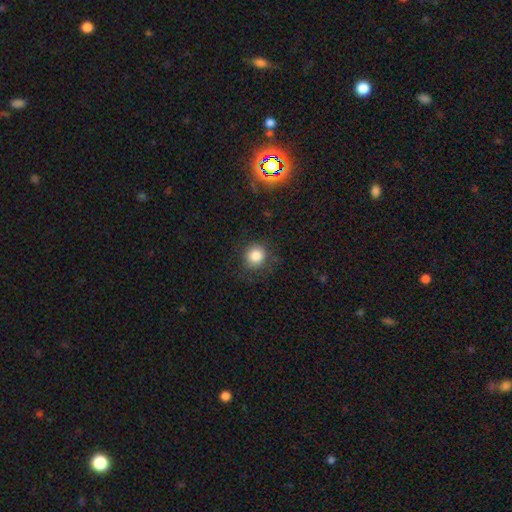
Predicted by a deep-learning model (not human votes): Smooth or featured: smooth — 83% (star or artifact — 11%)
How rounded: round — 88% (in between — 11%)
Merging: none — 83% (minor disturbance — 11%)